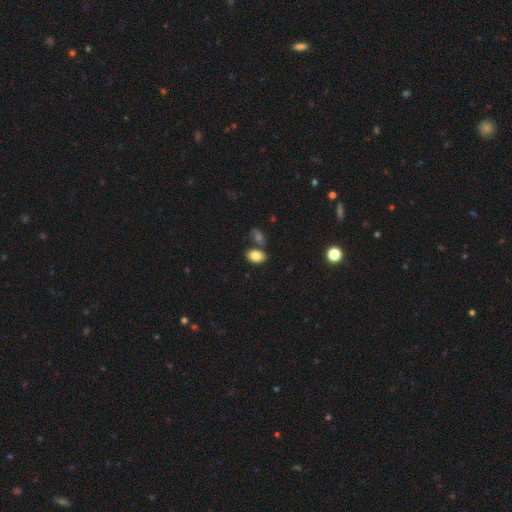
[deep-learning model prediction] smooth_or_featured: smooth (p=0.82) [alt: star or artifact p=0.09]
how_rounded: in between (p=0.84) [alt: round p=0.15]
merging: none (p=0.68) [alt: merger p=0.16]